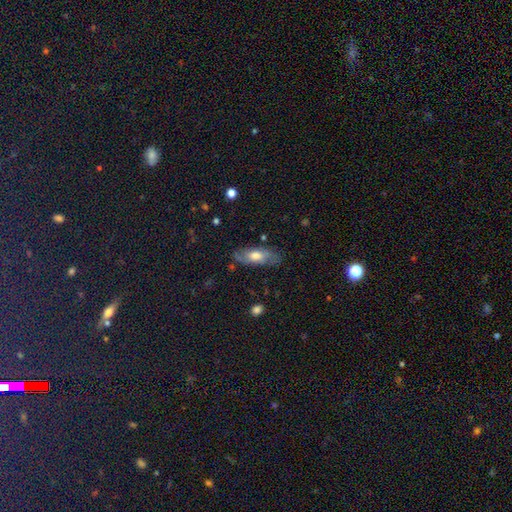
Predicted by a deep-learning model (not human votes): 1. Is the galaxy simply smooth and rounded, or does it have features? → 50% smooth, 43% featured or disk, 6% star or artifact.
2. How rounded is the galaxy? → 75% in between, 22% cigar-shaped, 3% round.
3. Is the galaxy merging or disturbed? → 74% none, 19% minor disturbance, 5% major disturbance, 1% merger.